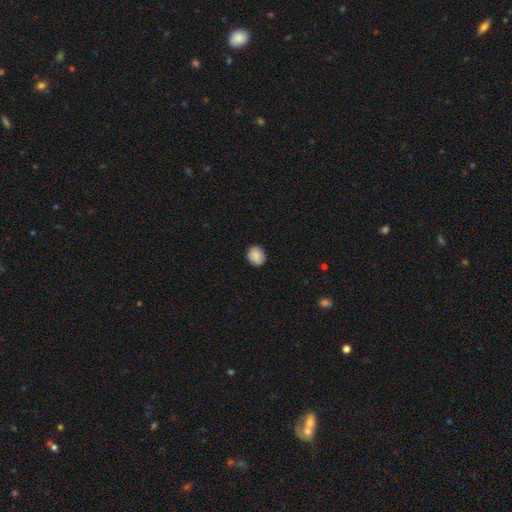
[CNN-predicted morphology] Smooth or featured: smooth — 88% (star or artifact — 8%)
How rounded: round — 58% (in between — 41%)
Merging: none — 85% (minor disturbance — 12%)